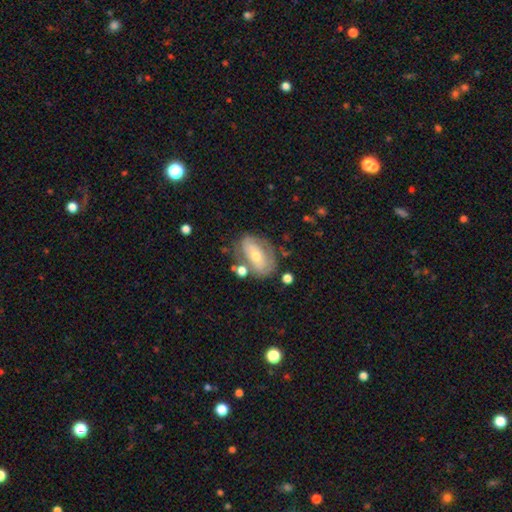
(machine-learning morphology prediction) Smooth or featured? Predicted: featured or disk (p=0.55). Edge-on disk? Predicted: no (p=0.90). Merging? Predicted: none (p=0.59).